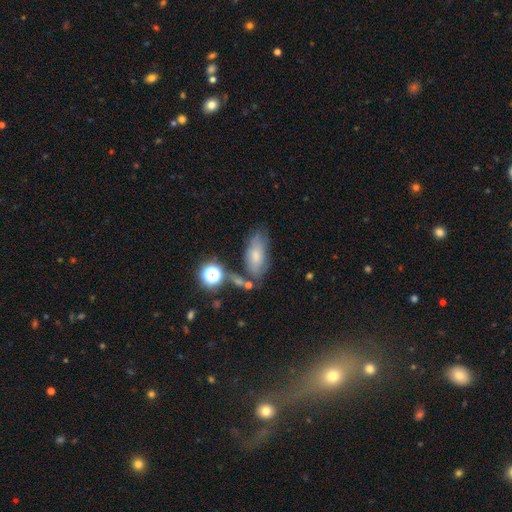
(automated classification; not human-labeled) This appears to be a smooth galaxy with no disk features (60%) that is in between round and cigar-shaped (83%). Merging: none (59%).